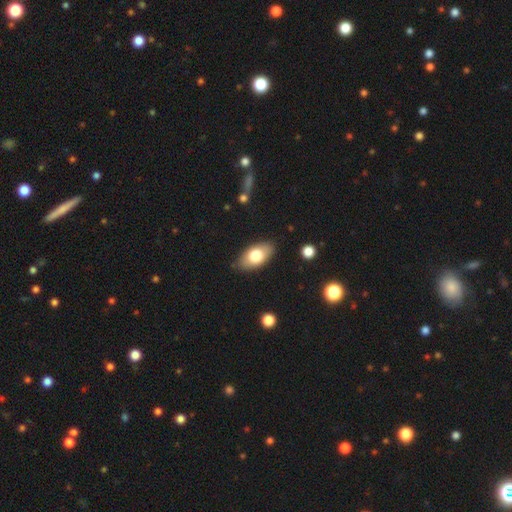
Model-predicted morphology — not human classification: Smooth or featured? Predicted: smooth (p=0.75). How rounded? Predicted: in between (p=0.92). Merging? Predicted: none (p=0.84).